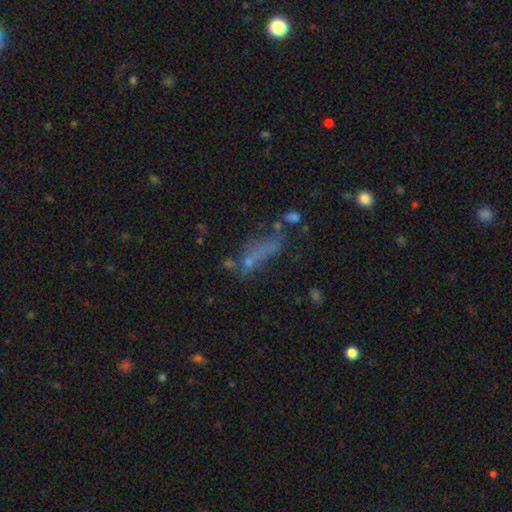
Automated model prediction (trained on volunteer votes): This appears to be a smooth galaxy with no disk features (47%). Merging: none (41%).